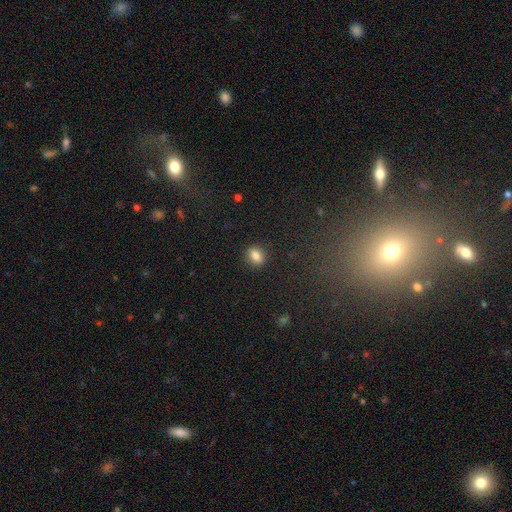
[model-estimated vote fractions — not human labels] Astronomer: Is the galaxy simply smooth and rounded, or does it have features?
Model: smooth — 81%.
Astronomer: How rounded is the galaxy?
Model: round — 53% (runner-up: in between, 46%).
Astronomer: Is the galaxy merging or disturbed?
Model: none — 89%.